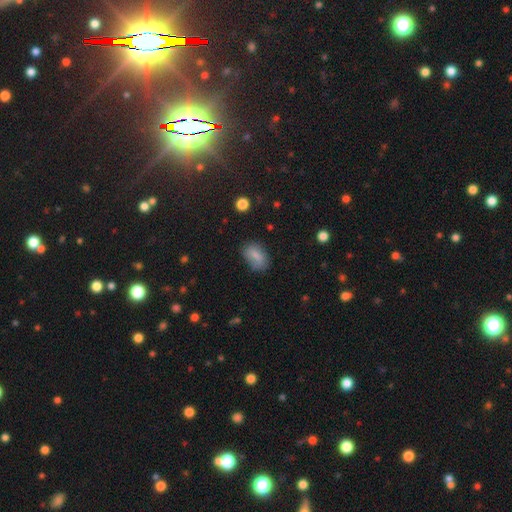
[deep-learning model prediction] Overall: smooth (76%). How rounded: in between (87%). Merging: none (71%).